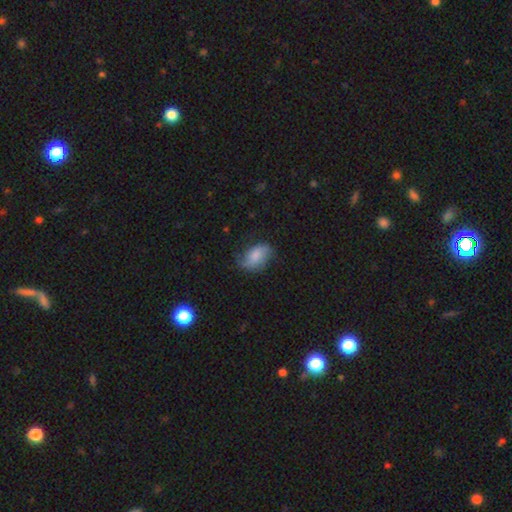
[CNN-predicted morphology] type=smooth (59%); roundness=in between (87%); merging=none (53%).